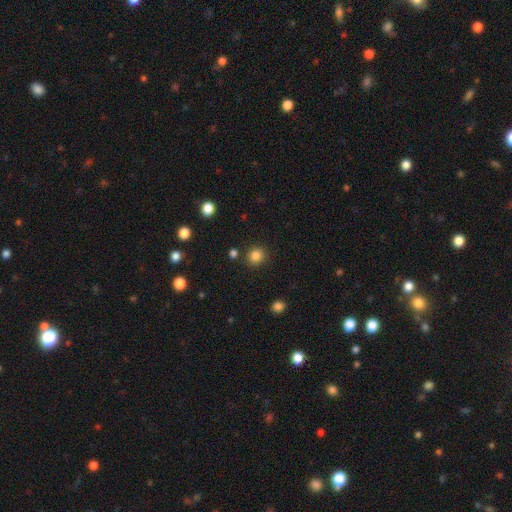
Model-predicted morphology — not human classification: Smooth or featured: smooth — 84% (star or artifact — 12%)
How rounded: round — 90% (in between — 9%)
Merging: none — 87% (minor disturbance — 7%)